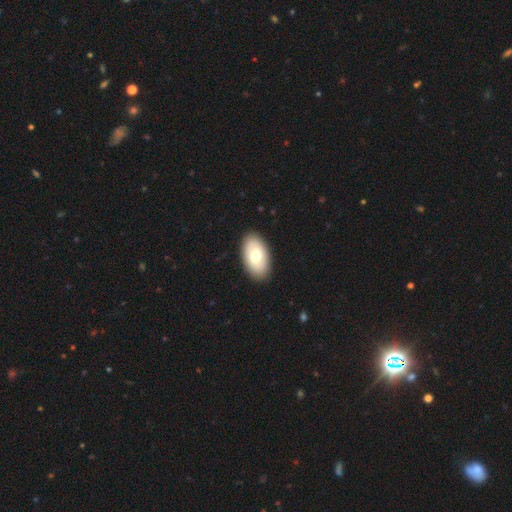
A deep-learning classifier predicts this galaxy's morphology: type=smooth (67%); roundness=in between (93%); merging=none (88%).